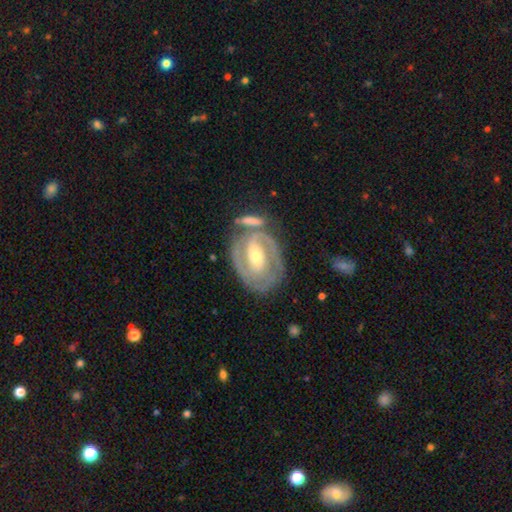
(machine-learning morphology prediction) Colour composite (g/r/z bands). It shows a featured or disk galaxy (84%) with a weak bar (41%), 2 (60%) tight (63%) spiral arms (90%) and a moderate central bulge (52%). Merging: none (59%).